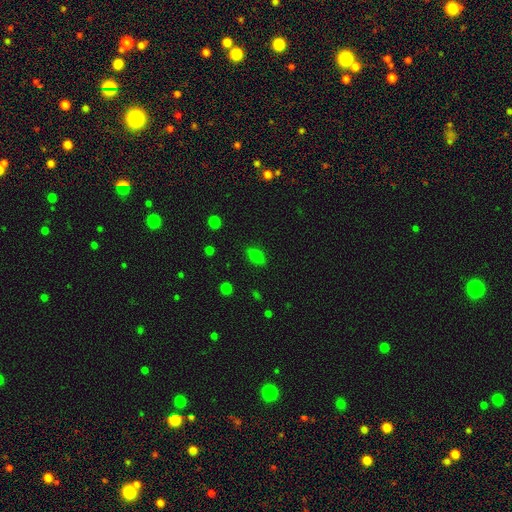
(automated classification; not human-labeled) Smooth or featured? Predicted: smooth (p=0.74). How rounded? Predicted: in between (p=0.79). Merging? Predicted: none (p=0.85).